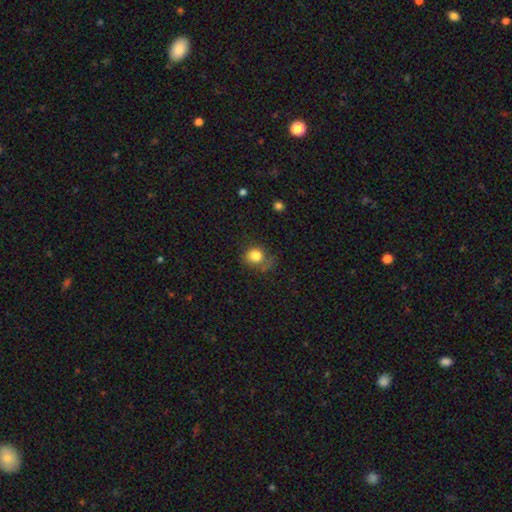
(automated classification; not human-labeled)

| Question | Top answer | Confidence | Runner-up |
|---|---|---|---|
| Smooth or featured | smooth | 81% | star or artifact (11%) |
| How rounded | round | 75% | in between (24%) |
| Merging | none | 58% | minor disturbance (26%) |